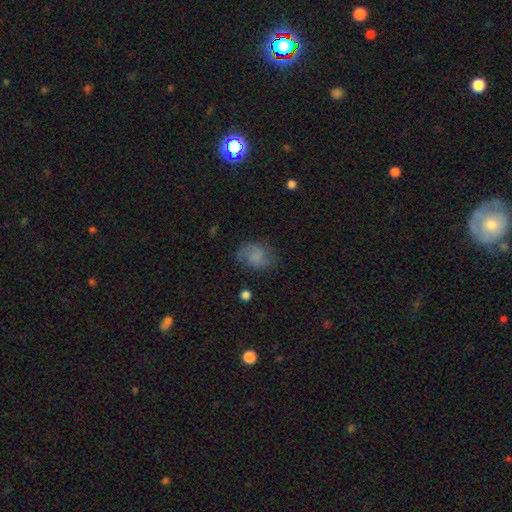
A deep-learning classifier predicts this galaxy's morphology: A smooth galaxy with no disk features (56%) that is in between round and cigar-shaped (65%). Merging: none (66%).